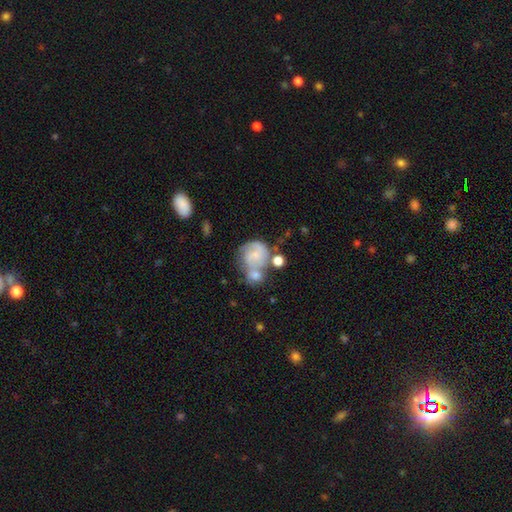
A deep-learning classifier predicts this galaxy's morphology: Smooth or featured?
  - featured or disk: 51% *
  - smooth: 40%
  - star or artifact: 9%
Edge-on disk?
  - no: 98% *
  - yes: 2%
Bar?
  - no: 66% *
  - weak: 28%
  - strong: 6%
Spiral arms?
  - yes: 78% *
  - no: 22%
Bulge size?
  - small: 44% *
  - none: 32%
  - moderate: 19%
  - large: 3%
  - dominant: 2%
Merging?
  - merger: 42% *
  - none: 28%
  - minor disturbance: 16%
  - major disturbance: 13%